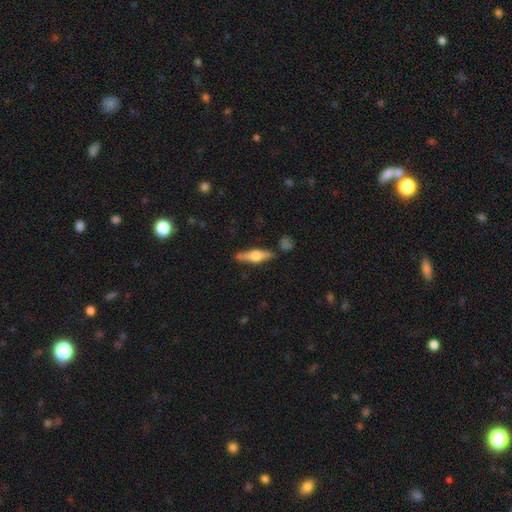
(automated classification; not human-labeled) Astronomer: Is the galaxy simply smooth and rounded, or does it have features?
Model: featured or disk — 65%.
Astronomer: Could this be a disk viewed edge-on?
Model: yes — 96%.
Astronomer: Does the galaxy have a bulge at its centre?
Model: rounded — 94%.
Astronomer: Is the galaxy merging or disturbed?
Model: none — 85%.